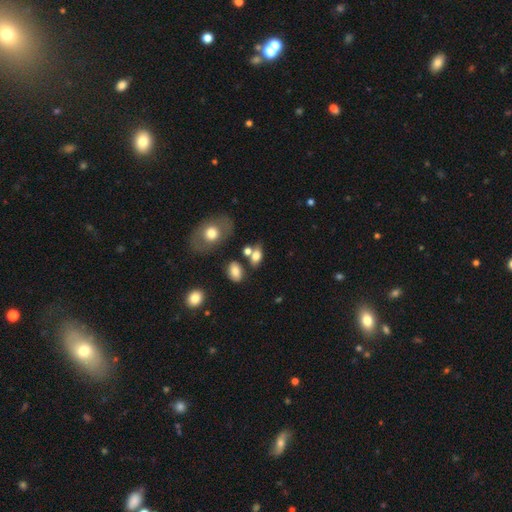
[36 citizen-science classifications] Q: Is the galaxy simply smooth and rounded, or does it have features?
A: smooth — 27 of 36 (75%).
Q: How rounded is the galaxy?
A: in between — 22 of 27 (81%).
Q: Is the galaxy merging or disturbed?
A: none — 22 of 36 (61%).